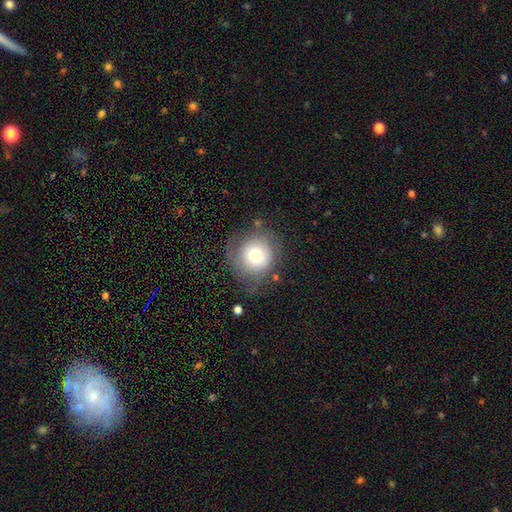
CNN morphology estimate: smooth_or_featured: smooth (p=0.68) [alt: featured or disk p=0.22]
how_rounded: round (p=0.90) [alt: in between p=0.09]
merging: none (p=0.64) [alt: minor disturbance p=0.21]